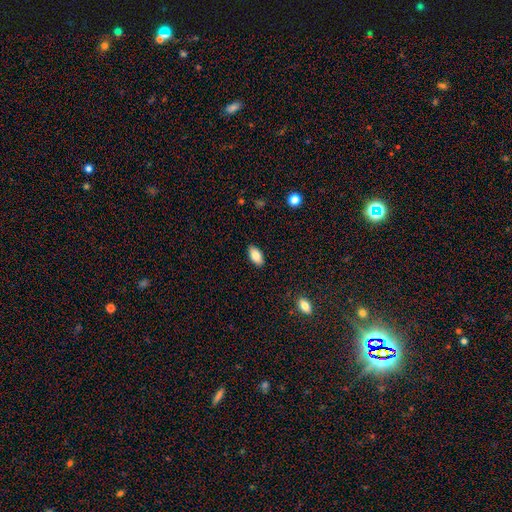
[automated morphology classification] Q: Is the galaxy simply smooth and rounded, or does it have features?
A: smooth — 84%.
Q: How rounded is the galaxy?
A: in between — 92%.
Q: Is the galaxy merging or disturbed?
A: none — 88%.